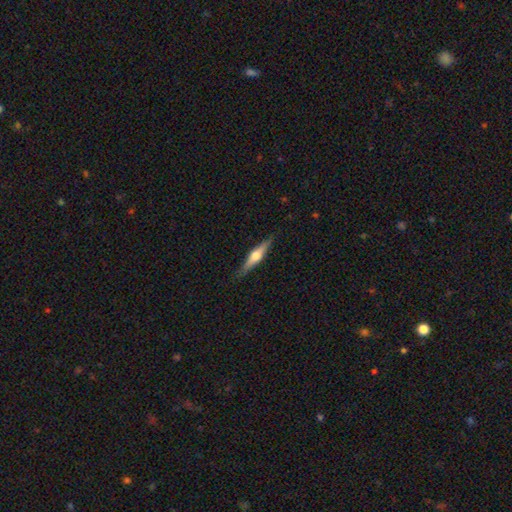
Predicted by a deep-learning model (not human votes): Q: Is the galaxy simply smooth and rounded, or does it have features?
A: featured or disk — 65%.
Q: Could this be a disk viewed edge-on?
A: yes — 97%.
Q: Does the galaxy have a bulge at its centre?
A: rounded — 93%.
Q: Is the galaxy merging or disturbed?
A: none — 87%.